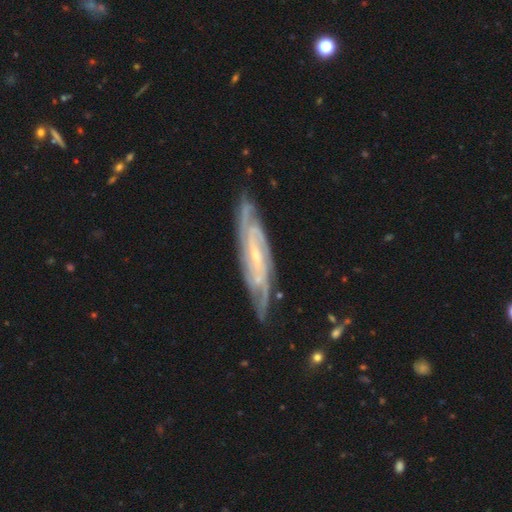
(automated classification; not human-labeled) Morphology: type=featured or disk (88%); edge-on=no (78%); bar=weak (40%); spiral arms=yes (97%); winding=tight (61%); arm count=2 (30%); bulge=small (74%); merging=none (79%).